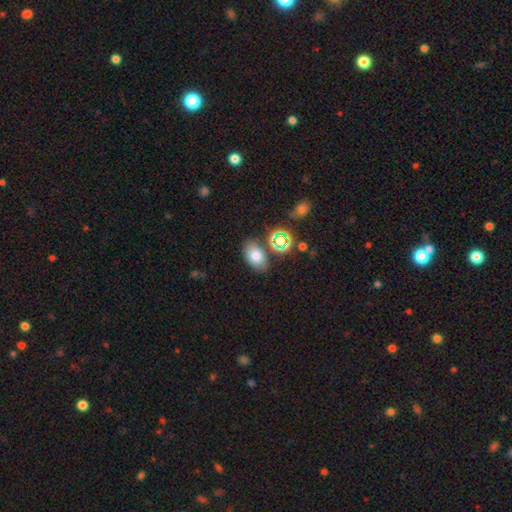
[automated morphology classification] A smooth galaxy with no disk features (73%) that is in between round and cigar-shaped (84%). Merging: none (76%).